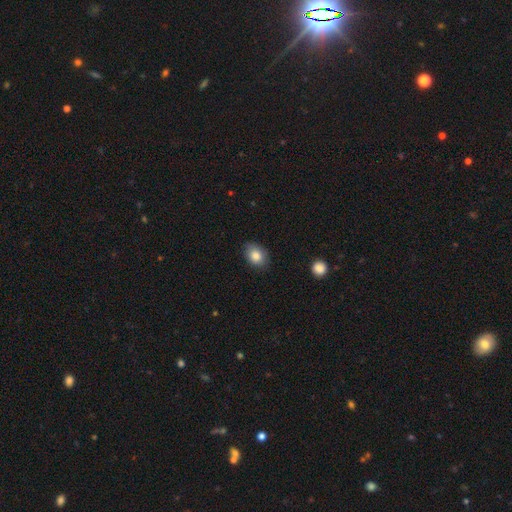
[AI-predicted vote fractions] Morphology: type=smooth (85%); roundness=in between (73%); merging=none (81%).